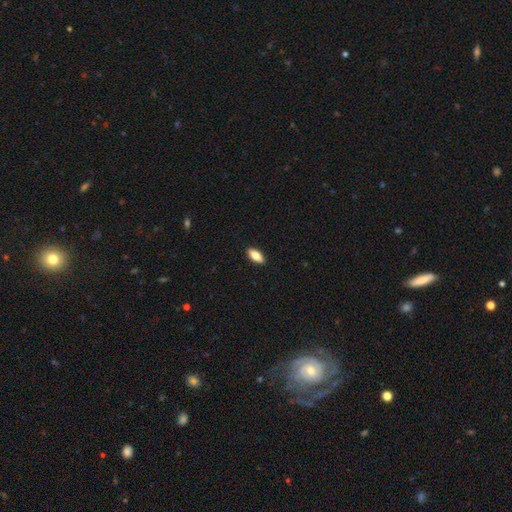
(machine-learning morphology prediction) This is likely a smooth galaxy (76%). How rounded: clearly in between (82%). Merging: clearly none (90%).